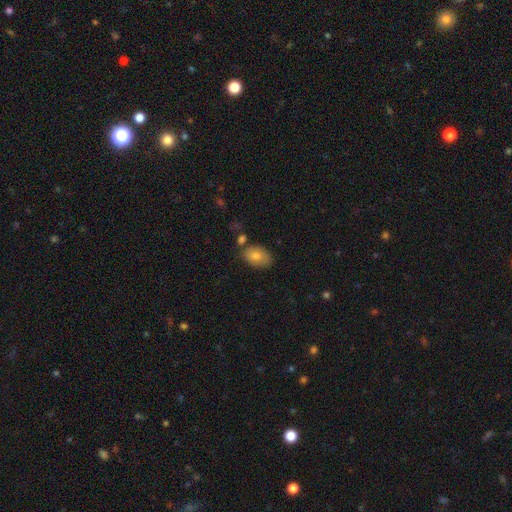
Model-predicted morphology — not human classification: This is likely a smooth galaxy (78%). How rounded: clearly in between (87%). Merging: likely none (70%).